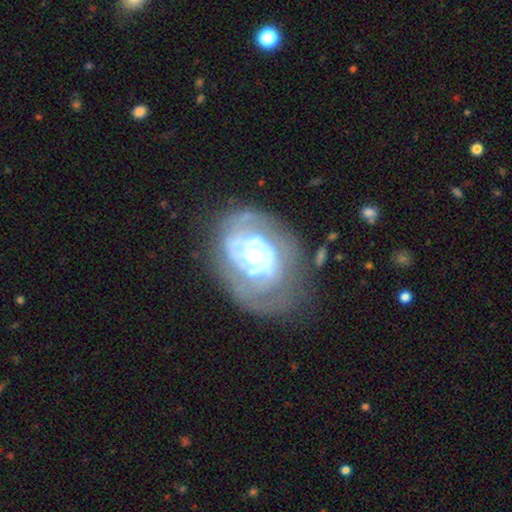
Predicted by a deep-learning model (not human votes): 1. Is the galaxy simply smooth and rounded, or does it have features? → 75% featured or disk, 18% smooth, 7% star or artifact.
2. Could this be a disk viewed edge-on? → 97% no, 3% yes.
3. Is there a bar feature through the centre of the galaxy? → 77% no, 18% weak, 5% strong.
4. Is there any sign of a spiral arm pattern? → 70% yes, 30% no.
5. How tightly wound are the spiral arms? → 59% tight, 29% medium, 12% loose.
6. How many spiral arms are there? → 47% can't tell, 26% 2, 11% 1, 9% 3, 4% 4, 3% more than 4.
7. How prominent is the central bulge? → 40% small, 31% moderate, 18% large, 7% none, 4% dominant.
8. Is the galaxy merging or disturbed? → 47% none, 24% major disturbance, 24% minor disturbance, 5% merger.